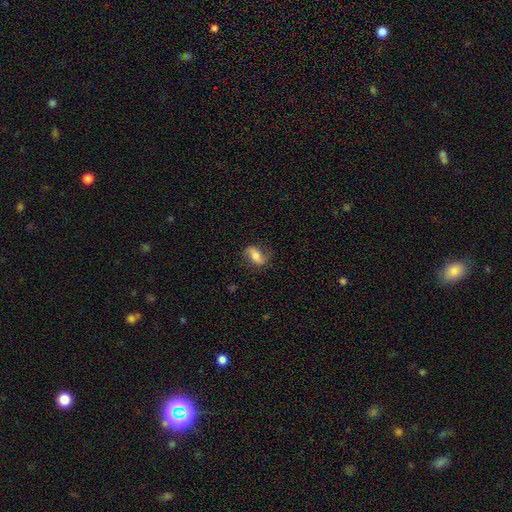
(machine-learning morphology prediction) type=smooth (53%); roundness=in between (83%); merging=none (71%).